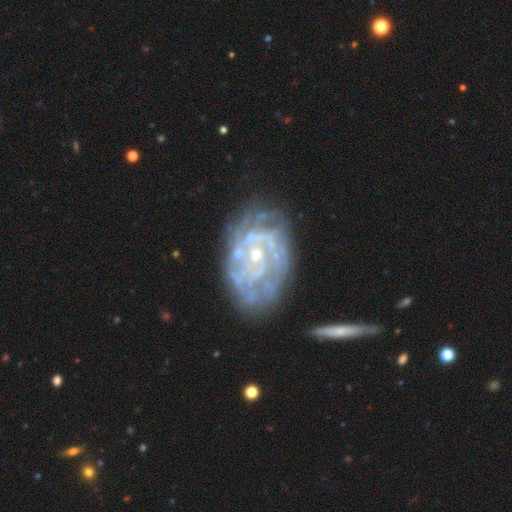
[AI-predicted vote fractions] Smooth or featured? Predicted: featured or disk (p=0.84). Edge-on disk? Predicted: no (p=0.96). Bar? Predicted: no (p=0.73). Spiral arms? Predicted: yes (p=0.83). Spiral winding? Predicted: tight (p=0.67). Spiral arm count? Predicted: can't tell (p=0.52). Bulge size? Predicted: small (p=0.60). Merging? Predicted: none (p=0.63).